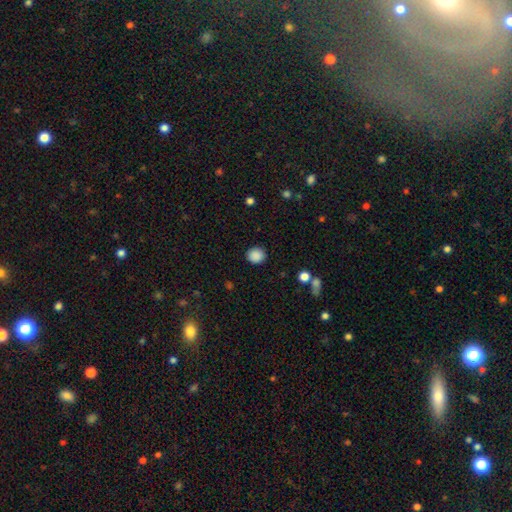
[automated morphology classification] smooth_or_featured: smooth (p=0.88) [alt: star or artifact p=0.09]
how_rounded: round (p=0.85) [alt: in between p=0.14]
merging: none (p=0.89) [alt: minor disturbance p=0.07]